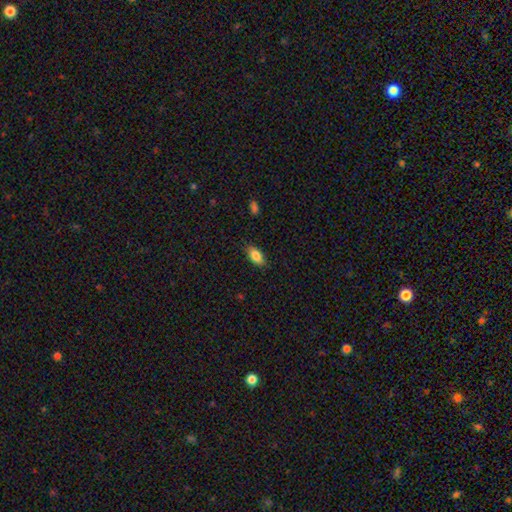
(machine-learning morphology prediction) Smooth or featured?
  - smooth: 84% *
  - featured or disk: 9%
  - star or artifact: 7%
How rounded?
  - in between: 88% *
  - cigar-shaped: 8%
  - round: 4%
Merging?
  - none: 85% *
  - minor disturbance: 12%
  - major disturbance: 3%
  - merger: 1%